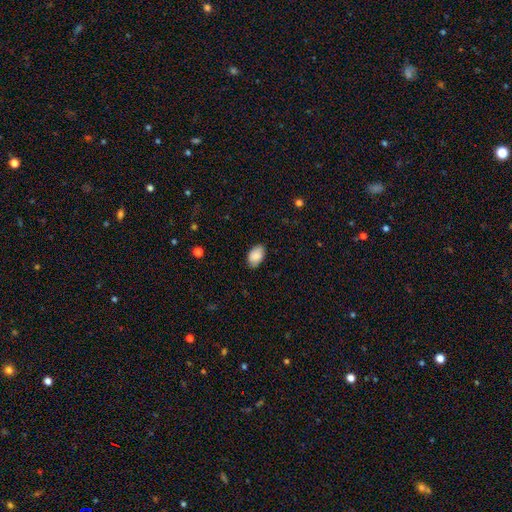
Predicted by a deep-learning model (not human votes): Smooth or featured? smooth (87%)
How rounded? in between (91%)
Merging? none (82%)